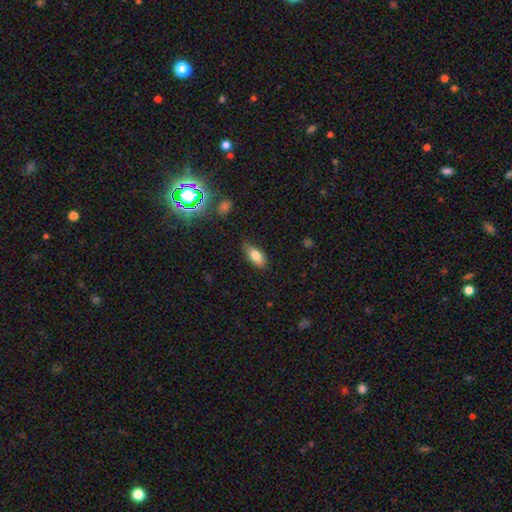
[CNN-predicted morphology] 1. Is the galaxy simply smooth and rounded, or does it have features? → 78% smooth, 13% featured or disk, 9% star or artifact.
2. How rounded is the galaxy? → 84% in between, 11% cigar-shaped, 4% round.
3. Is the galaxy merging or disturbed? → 75% none, 20% minor disturbance, 4% major disturbance, 2% merger.